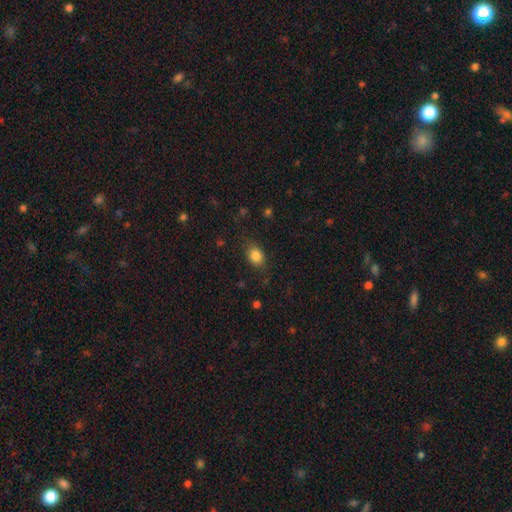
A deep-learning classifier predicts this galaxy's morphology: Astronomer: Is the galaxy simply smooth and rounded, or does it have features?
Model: smooth — 84%.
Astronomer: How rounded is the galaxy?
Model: in between — 62%.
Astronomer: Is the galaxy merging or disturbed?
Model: none — 78%.